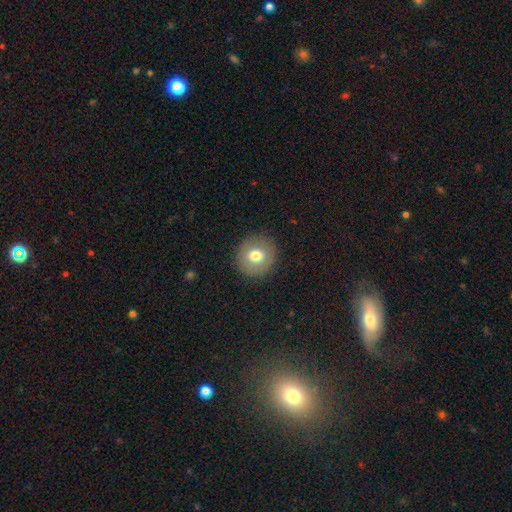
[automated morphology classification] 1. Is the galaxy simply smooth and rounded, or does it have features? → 73% smooth, 18% featured or disk, 9% star or artifact.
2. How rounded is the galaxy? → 88% round, 11% in between, 1% cigar-shaped.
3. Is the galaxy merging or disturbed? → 90% none, 7% minor disturbance, 3% major disturbance, 1% merger.